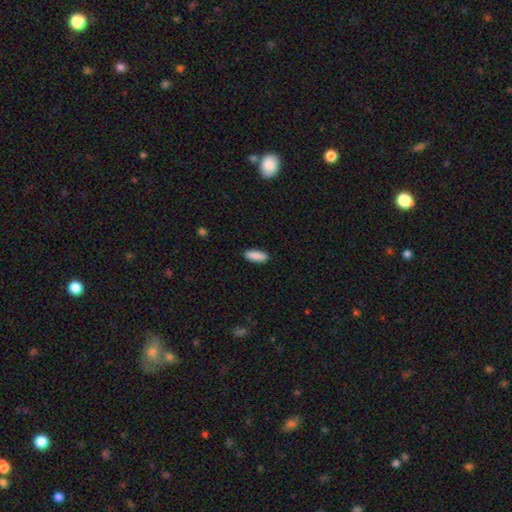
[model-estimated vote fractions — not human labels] smooth 90%, star or artifact 6%, featured or disk 4%. Down the decision tree: how rounded — in between (72%); merging — none (90%).